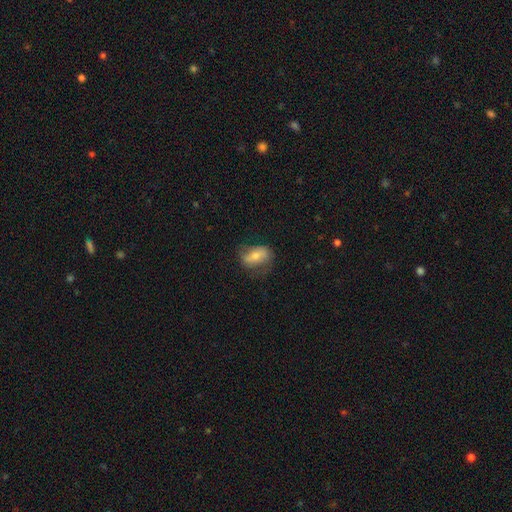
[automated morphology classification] This appears to be a smooth galaxy with no disk features (57%) that is in between round and cigar-shaped (85%). Merging: none (61%).